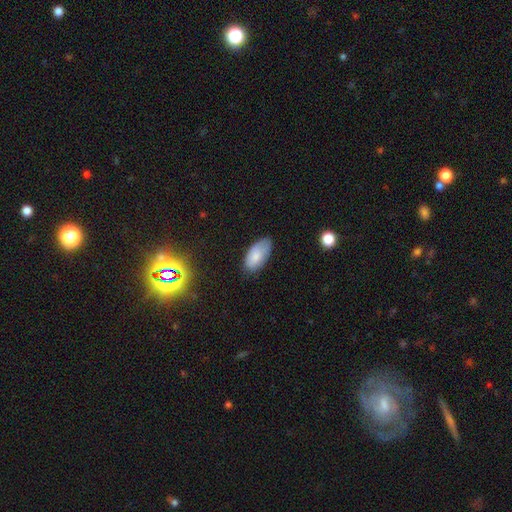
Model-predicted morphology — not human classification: smooth 81%, featured or disk 11%, star or artifact 7%. Down the decision tree: how rounded — in between (94%); merging — none (71%).